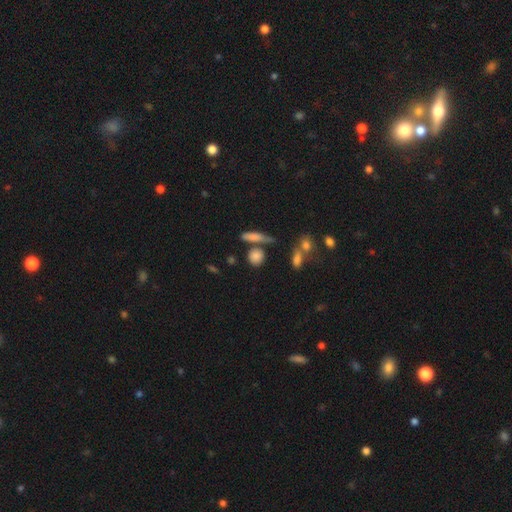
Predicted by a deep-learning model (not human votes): Smooth or featured: smooth — 80% (featured or disk — 10%)
How rounded: round — 65% (in between — 21%)
Merging: none — 68% (merger — 16%)